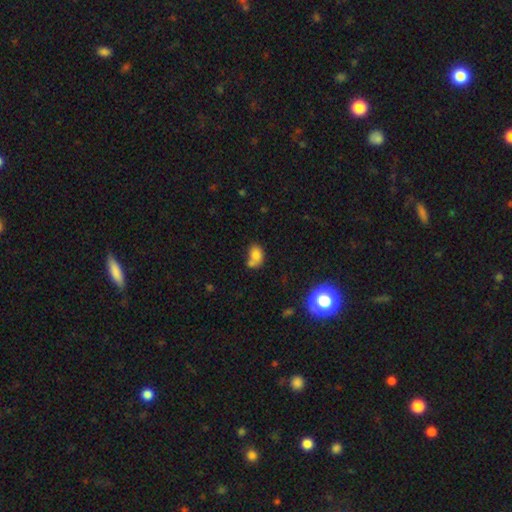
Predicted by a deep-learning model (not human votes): Morphology: type=smooth (77%); roundness=in between (76%); merging=merger (43%).